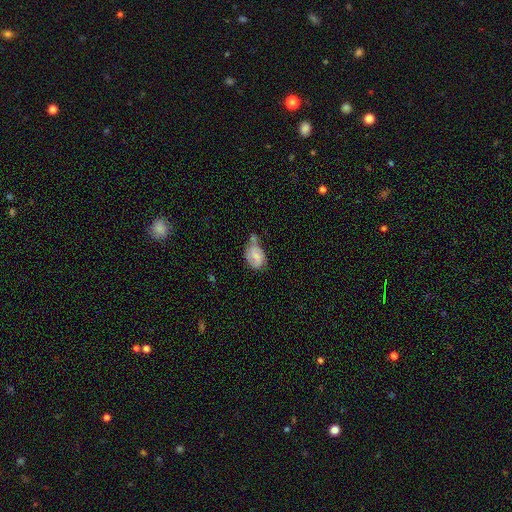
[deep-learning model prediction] Smooth or featured: smooth — 49% (featured or disk — 43%)
Merging: none — 34% (minor disturbance — 29%)